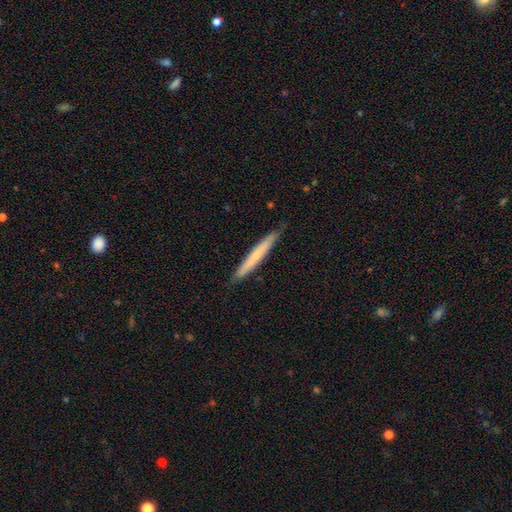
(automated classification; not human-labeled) Smooth or featured? smooth (59%)
How rounded? cigar-shaped (96%)
Merging? none (87%)